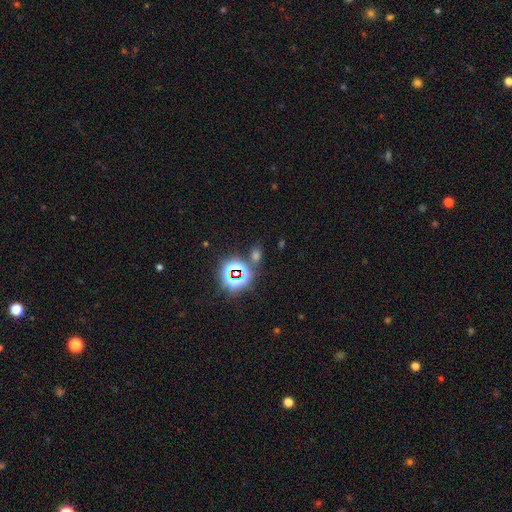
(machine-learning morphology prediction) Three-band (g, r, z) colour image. It shows a star or artifact, not a galaxy (51%).